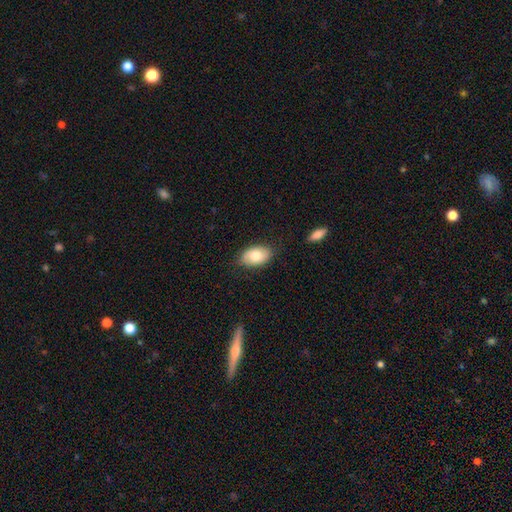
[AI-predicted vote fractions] Smooth or featured? smooth (77%)
How rounded? in between (91%)
Merging? none (82%)